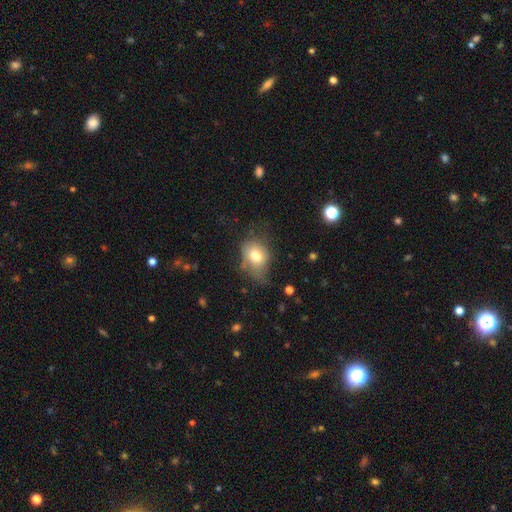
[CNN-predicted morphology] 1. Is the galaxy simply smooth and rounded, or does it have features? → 73% smooth, 16% featured or disk, 10% star or artifact.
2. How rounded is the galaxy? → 56% in between, 42% round, 1% cigar-shaped.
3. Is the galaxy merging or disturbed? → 42% none, 36% minor disturbance, 20% major disturbance, 3% merger.